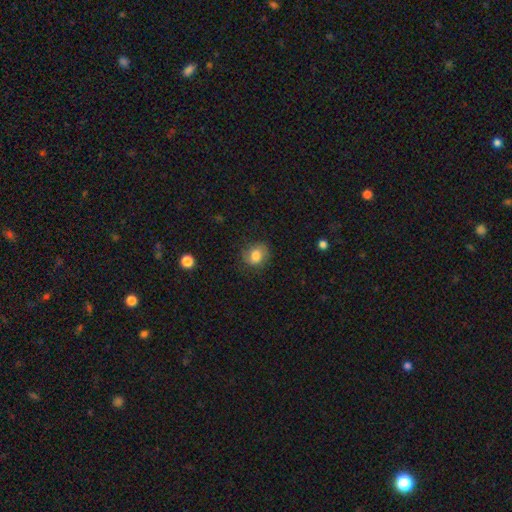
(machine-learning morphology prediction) smooth 74%, featured or disk 16%, star or artifact 9%. Down the decision tree: how rounded — round (57%); merging — none (69%).